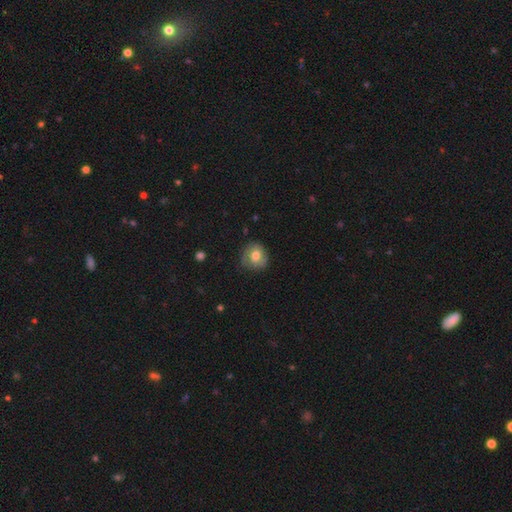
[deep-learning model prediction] Smooth or featured: smooth — 64% (featured or disk — 28%)
How rounded: round — 78% (in between — 22%)
Merging: none — 71% (minor disturbance — 21%)